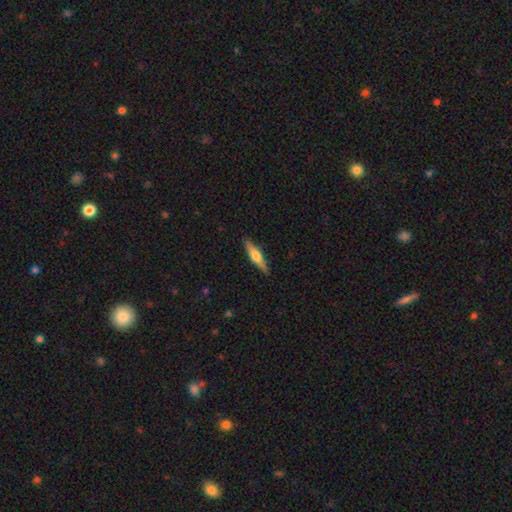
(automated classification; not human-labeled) This is possibly a featured or disk galaxy (51%). It is clearly viewed edge-on (96%). Merging: clearly none (90%).